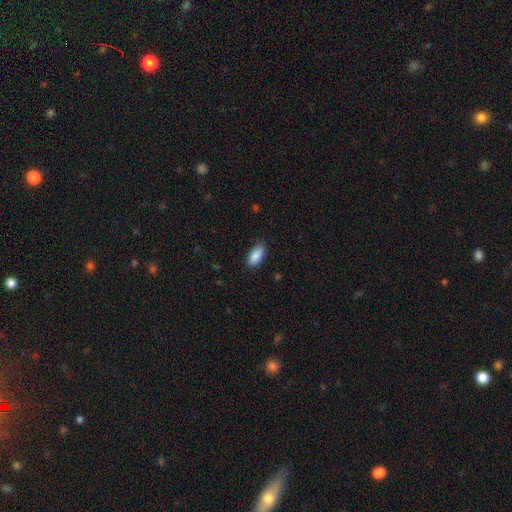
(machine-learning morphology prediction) smooth-or-featured: smooth: 89% | star or artifact: 7% | featured or disk: 4%
  how-rounded: in between: 92% | cigar-shaped: 5% | round: 3%
  merging: none: 79% | minor disturbance: 17% | major disturbance: 3% | merger: 1%